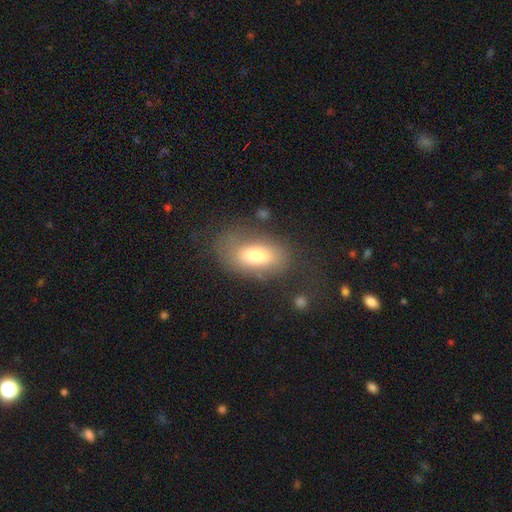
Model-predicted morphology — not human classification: The model was most divided on "merging": none: 64%, minor disturbance: 20%, major disturbance: 13%, merger: 3%. More confident: how rounded — in between (89%); smooth or featured — smooth (70%).